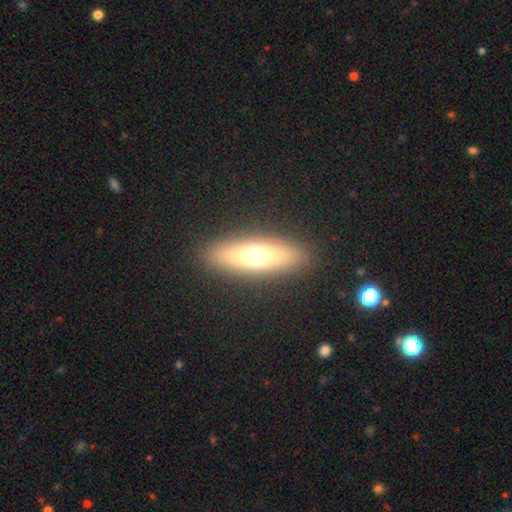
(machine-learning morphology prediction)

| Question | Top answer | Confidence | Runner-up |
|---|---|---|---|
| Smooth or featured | smooth | 58% | featured or disk (34%) |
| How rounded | cigar-shaped | 59% | in between (38%) |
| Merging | none | 90% | minor disturbance (7%) |